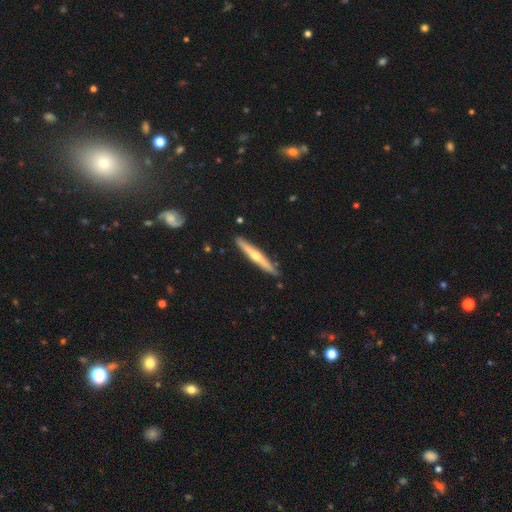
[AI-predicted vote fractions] A featured or disk galaxy (63%) viewed edge-on (96%) with a rounded central bulge (84%). Merging: none (89%).